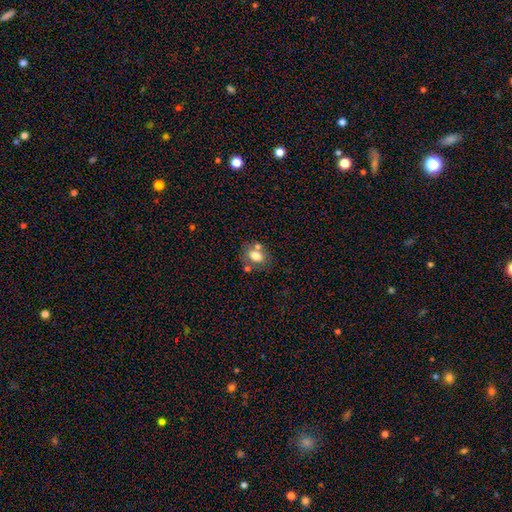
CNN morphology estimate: Smooth or featured? smooth (74%)
How rounded? in between (68%)
Merging? none (56%)